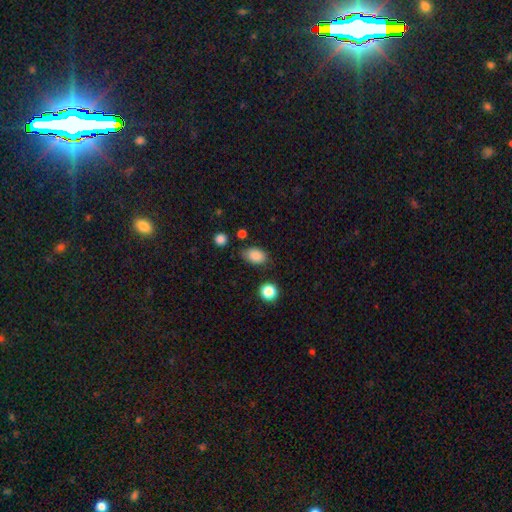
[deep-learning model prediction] Q: Smooth or featured?
A: smooth (86%); runner-up: star or artifact (9%)
Q: How rounded?
A: in between (85%); runner-up: round (14%)
Q: Merging?
A: none (75%); runner-up: minor disturbance (18%)